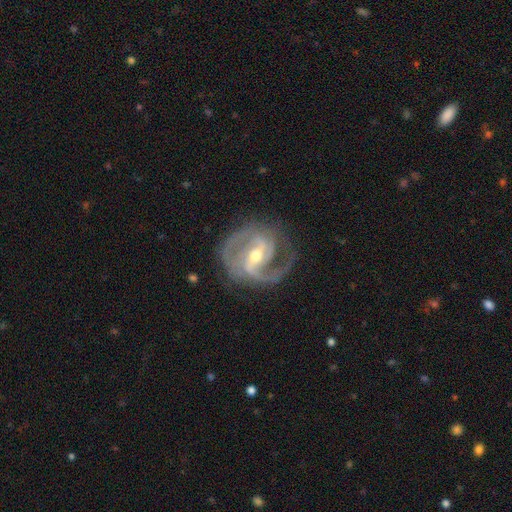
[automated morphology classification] Smooth or featured?
  - featured or disk: 91% *
  - star or artifact: 5%
  - smooth: 4%
Edge-on disk?
  - no: 98% *
  - yes: 2%
Bar?
  - strong: 44% *
  - weak: 41%
  - no: 14%
Spiral arms?
  - yes: 98% *
  - no: 2%
Spiral winding?
  - medium: 56% *
  - tight: 27%
  - loose: 17%
Spiral arm count?
  - 2: 67% *
  - 3: 18%
  - can't tell: 6%
  - 1: 4%
  - 4: 3%
  - more than 4: 3%
Bulge size?
  - moderate: 58% *
  - small: 38%
  - large: 2%
  - none: 1%
  - dominant: 1%
Merging?
  - none: 70% *
  - minor disturbance: 18%
  - major disturbance: 11%
  - merger: 2%